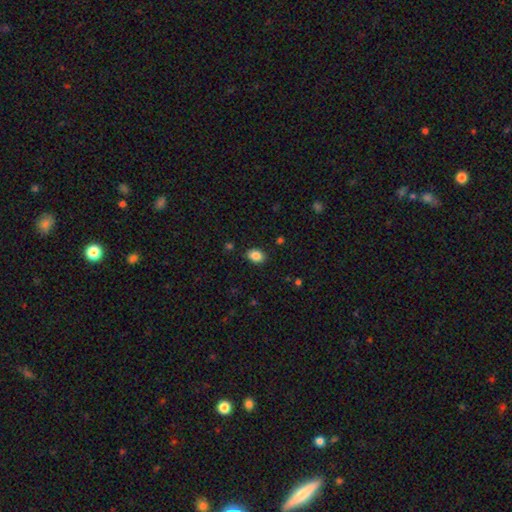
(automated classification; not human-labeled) A smooth galaxy with no disk features (87%) that is in between round and cigar-shaped (74%). Merging: none (86%).